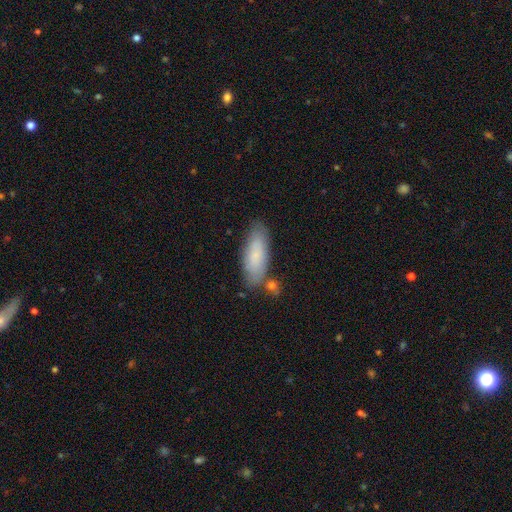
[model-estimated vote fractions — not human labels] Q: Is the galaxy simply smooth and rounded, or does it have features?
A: smooth — 78%.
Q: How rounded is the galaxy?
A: in between — 66%.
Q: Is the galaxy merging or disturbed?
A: none — 73%.